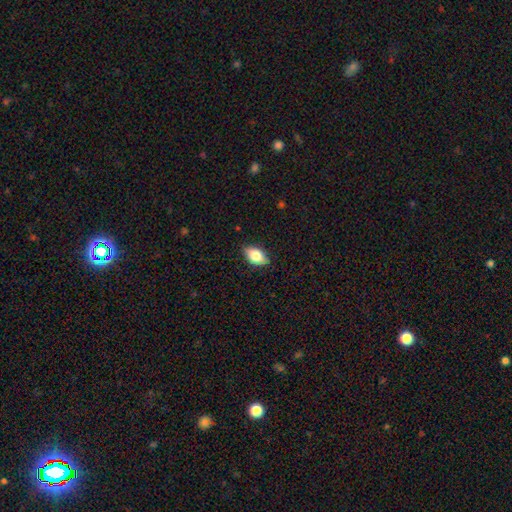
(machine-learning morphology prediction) This is likely a smooth galaxy (79%). How rounded: clearly in between (89%). Merging: clearly none (84%).